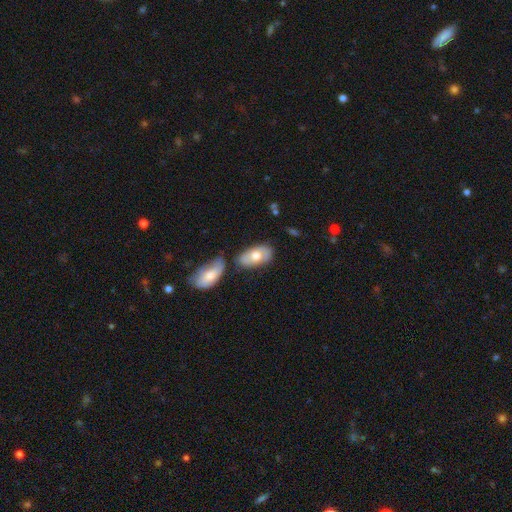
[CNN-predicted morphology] This appears to be a smooth galaxy with no disk features (65%) that is in between round and cigar-shaped (92%). Merging: none (57%).